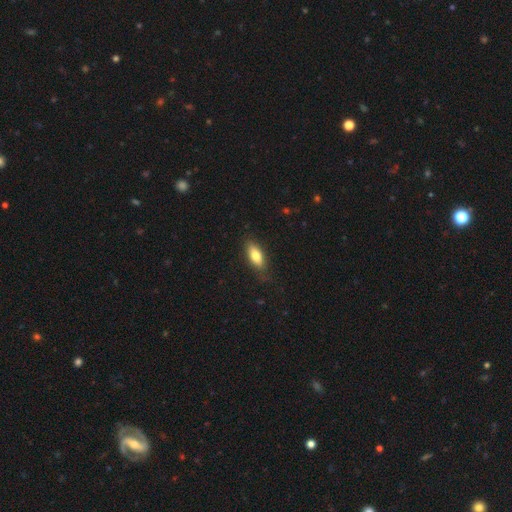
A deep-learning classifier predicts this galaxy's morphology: The model was most divided on "how rounded": in between: 77%, cigar-shaped: 20%, round: 3%. More confident: merging — none (79%); smooth or featured — smooth (76%).